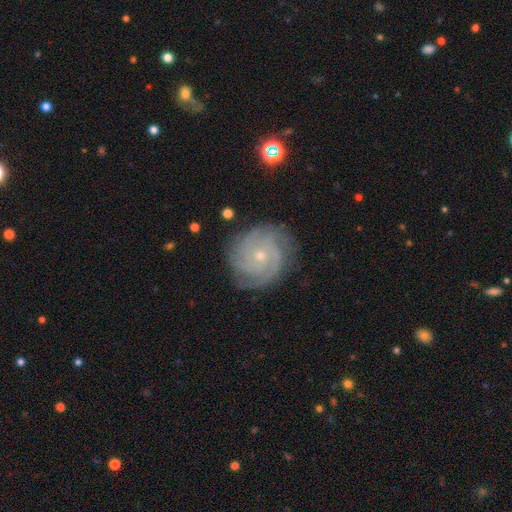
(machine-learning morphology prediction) A featured or disk galaxy (83%) with no bar (76%), 3 (27%) tight (78%) spiral arms (98%) and a small central bulge (74%). Merging: none (84%).